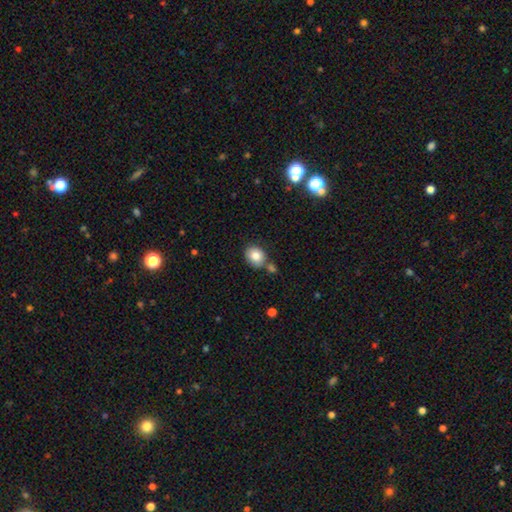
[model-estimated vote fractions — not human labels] Smooth or featured: smooth — 82% (featured or disk — 9%)
How rounded: round — 61% (in between — 38%)
Merging: none — 66% (merger — 17%)